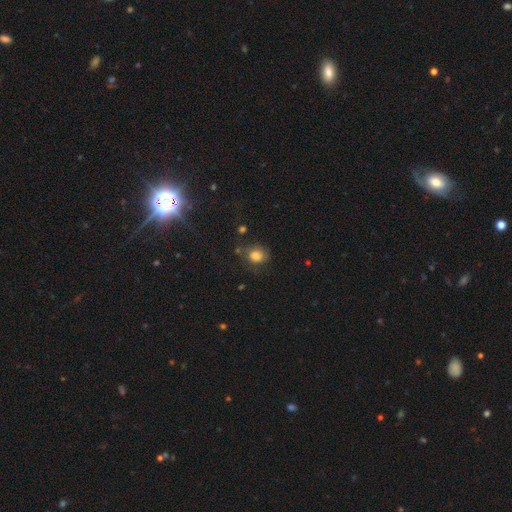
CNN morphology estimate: Q: Smooth or featured?
A: smooth (76%); runner-up: featured or disk (12%)
Q: How rounded?
A: round (59%); runner-up: in between (39%)
Q: Merging?
A: none (57%); runner-up: minor disturbance (26%)